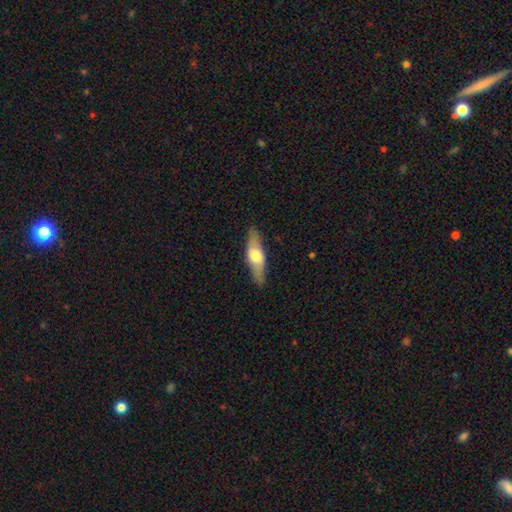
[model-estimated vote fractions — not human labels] Smooth or featured: featured or disk — 48% (smooth — 47%)
Merging: none — 85% (minor disturbance — 11%)